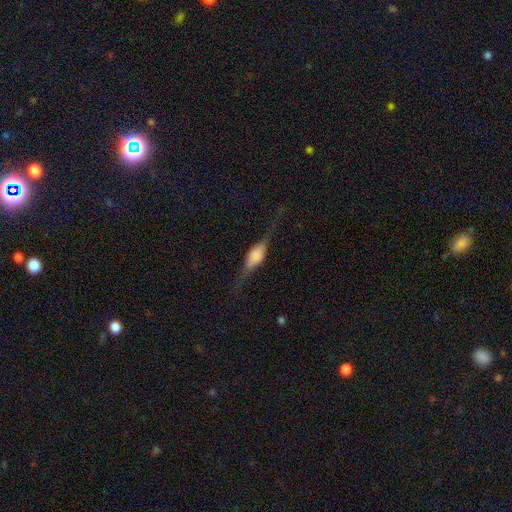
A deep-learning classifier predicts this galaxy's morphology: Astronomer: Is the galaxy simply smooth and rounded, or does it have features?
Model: featured or disk — 64%.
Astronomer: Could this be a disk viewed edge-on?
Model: yes — 95%.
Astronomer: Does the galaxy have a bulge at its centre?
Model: rounded — 75%.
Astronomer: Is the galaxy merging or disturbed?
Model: none — 71%.